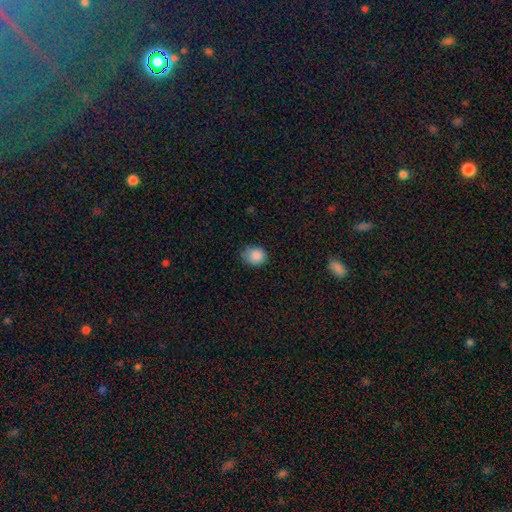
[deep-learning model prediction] smooth_or_featured: smooth (p=0.87) [alt: star or artifact p=0.09]
how_rounded: round (p=0.67) [alt: in between p=0.32]
merging: none (p=0.65) [alt: minor disturbance p=0.29]